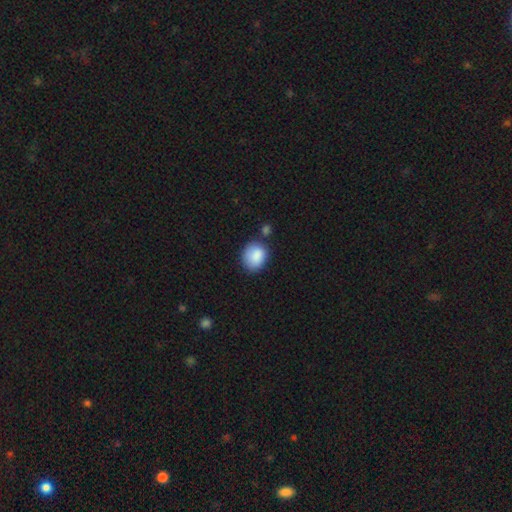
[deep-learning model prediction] smooth-or-featured: smooth: 87% | star or artifact: 8% | featured or disk: 6%
  how-rounded: round: 56% | in between: 43% | cigar-shaped: 1%
  merging: none: 62% | minor disturbance: 21% | merger: 11% | major disturbance: 6%